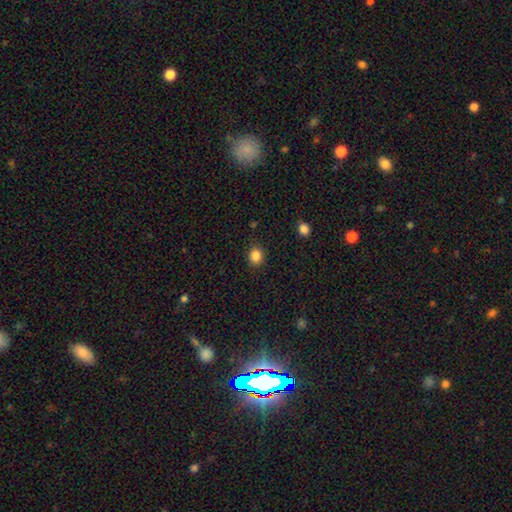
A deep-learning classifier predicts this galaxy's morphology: smooth 86%, star or artifact 11%, featured or disk 3%. Down the decision tree: how rounded — round (69%); merging — none (86%).